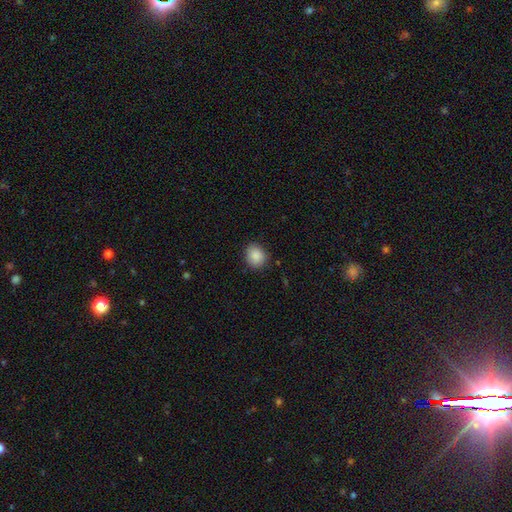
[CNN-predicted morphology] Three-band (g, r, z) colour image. It shows a smooth galaxy with no disk features (88%) that is round (68%). Merging: none (85%).